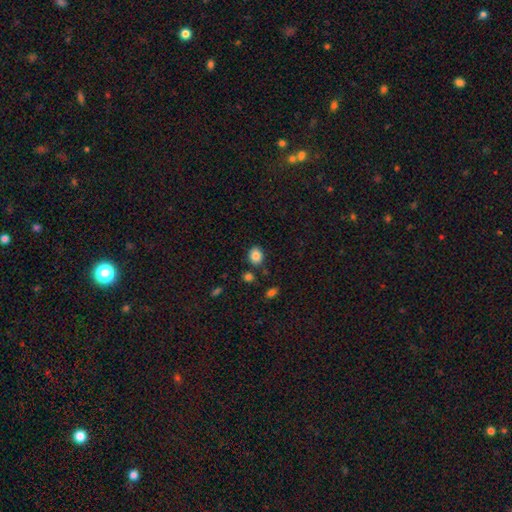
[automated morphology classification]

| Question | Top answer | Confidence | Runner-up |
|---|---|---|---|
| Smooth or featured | smooth | 85% | star or artifact (10%) |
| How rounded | round | 57% | in between (42%) |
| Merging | none | 81% | minor disturbance (10%) |